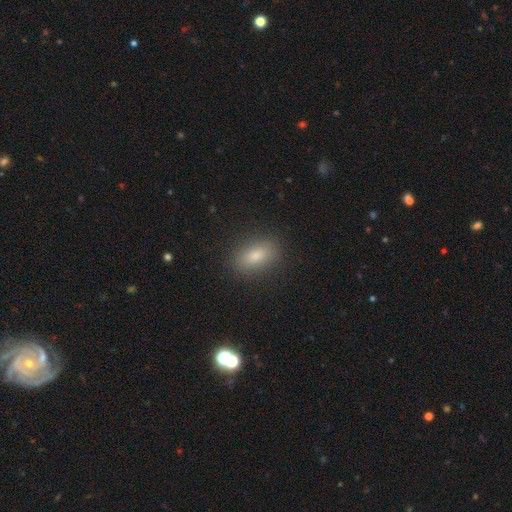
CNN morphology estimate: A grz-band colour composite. It shows a smooth galaxy with no disk features (81%) that is in between round and cigar-shaped (85%). Merging: none (87%).